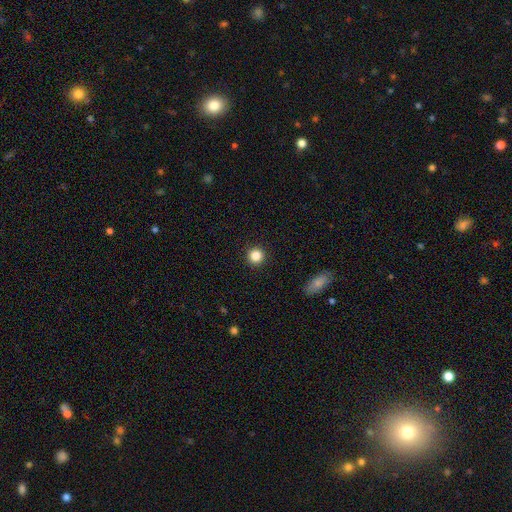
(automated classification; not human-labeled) This appears to be a smooth galaxy with no disk features (85%) that is round (95%). Merging: none (93%).